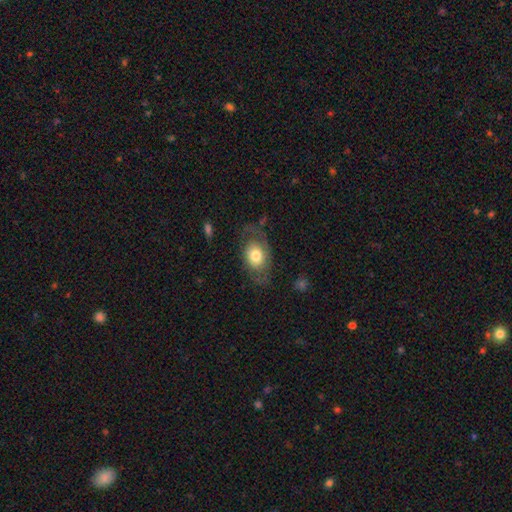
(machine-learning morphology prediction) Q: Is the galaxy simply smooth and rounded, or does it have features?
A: smooth — 57%.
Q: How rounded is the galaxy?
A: in between — 76%.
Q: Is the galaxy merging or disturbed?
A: none — 57%.